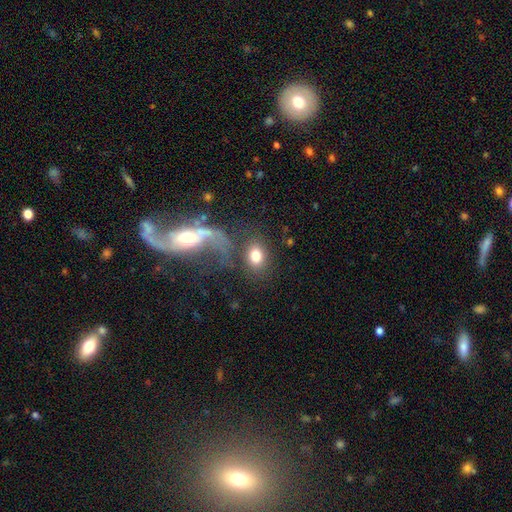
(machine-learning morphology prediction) The model was most divided on "how rounded": in between: 64%, round: 34%, cigar-shaped: 2%. More confident: smooth or featured — smooth (76%); merging — none (62%).